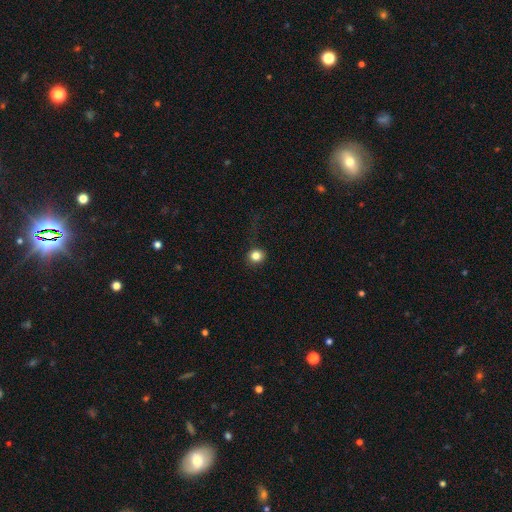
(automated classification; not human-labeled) Q: Smooth or featured?
A: smooth (82%); runner-up: star or artifact (12%)
Q: How rounded?
A: round (85%); runner-up: in between (14%)
Q: Merging?
A: none (84%); runner-up: minor disturbance (10%)